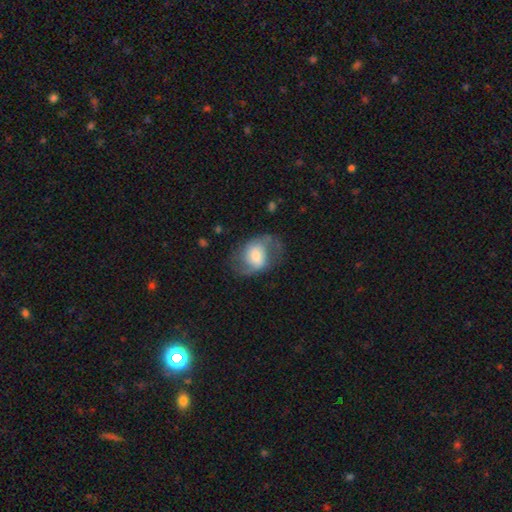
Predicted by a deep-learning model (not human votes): featured or disk 61%, smooth 32%, star or artifact 7%. Down the decision tree: edge-on disk — no (97%); bar — no (44%); spiral arms — yes (86%); spiral arm count — 2 (84%); spiral winding — medium (45%); bulge size — moderate (42%); merging — none (59%).